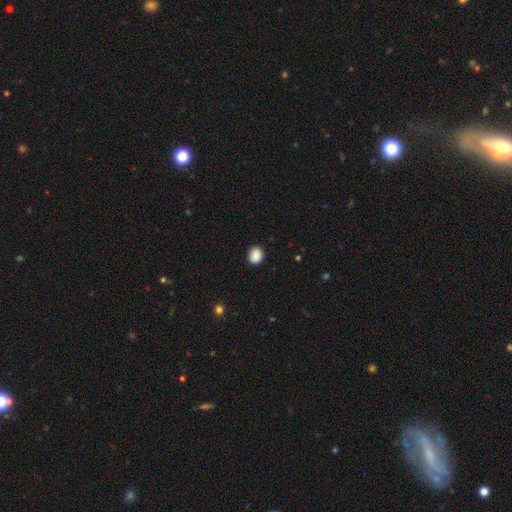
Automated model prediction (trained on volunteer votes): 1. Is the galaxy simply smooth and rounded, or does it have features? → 89% smooth, 8% star or artifact, 2% featured or disk.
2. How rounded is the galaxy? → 68% round, 31% in between, 1% cigar-shaped.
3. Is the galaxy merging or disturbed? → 91% none, 7% minor disturbance, 2% major disturbance, 1% merger.